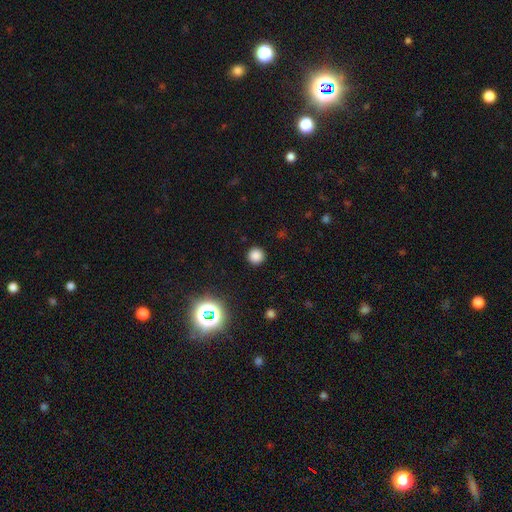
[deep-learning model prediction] This appears to be a smooth galaxy with no disk features (82%) that is round (95%). Merging: none (92%).